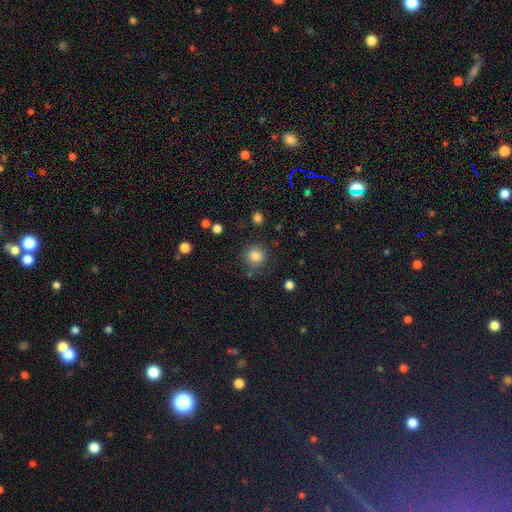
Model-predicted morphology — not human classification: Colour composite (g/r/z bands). It shows a smooth galaxy with no disk features (84%) that is round (86%). Merging: none (79%).